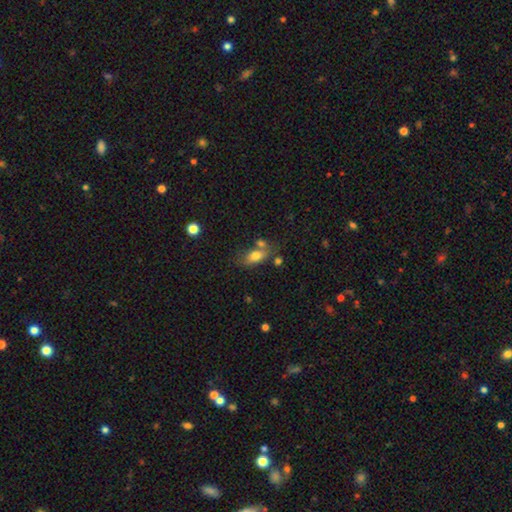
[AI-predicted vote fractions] Smooth or featured?
  - smooth: 75% *
  - featured or disk: 16%
  - star or artifact: 9%
How rounded?
  - in between: 84% *
  - cigar-shaped: 8%
  - round: 8%
Merging?
  - none: 52% *
  - merger: 23%
  - minor disturbance: 18%
  - major disturbance: 7%